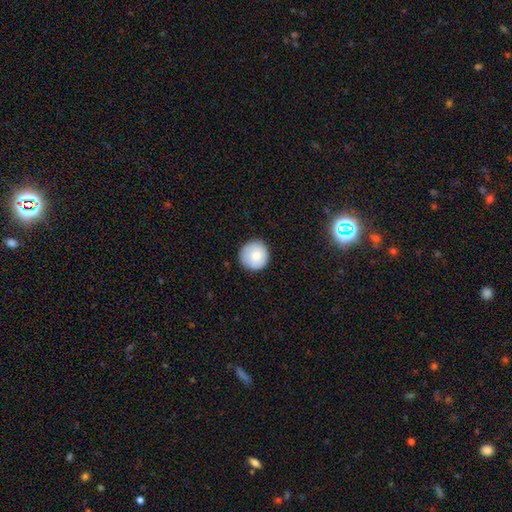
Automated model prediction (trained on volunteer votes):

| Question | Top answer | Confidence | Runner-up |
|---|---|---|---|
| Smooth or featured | smooth | 80% | featured or disk (12%) |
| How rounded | round | 95% | in between (4%) |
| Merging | none | 88% | minor disturbance (9%) |